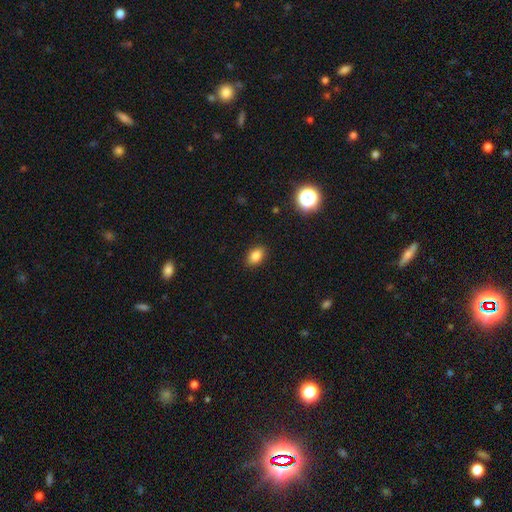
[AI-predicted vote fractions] smooth-or-featured: smooth: 84% | star or artifact: 11% | featured or disk: 6%
  how-rounded: in between: 83% | round: 16% | cigar-shaped: 2%
  merging: none: 88% | minor disturbance: 8% | major disturbance: 2% | merger: 1%